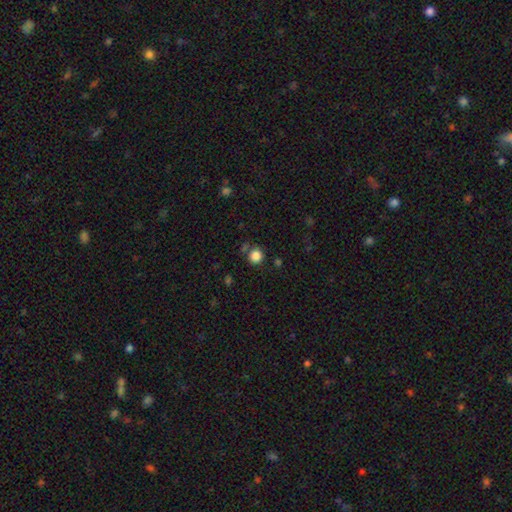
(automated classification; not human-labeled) Smooth or featured?
  - smooth: 84% *
  - star or artifact: 12%
  - featured or disk: 4%
How rounded?
  - round: 90% *
  - in between: 9%
  - cigar-shaped: 1%
Merging?
  - none: 79% *
  - minor disturbance: 10%
  - merger: 7%
  - major disturbance: 3%